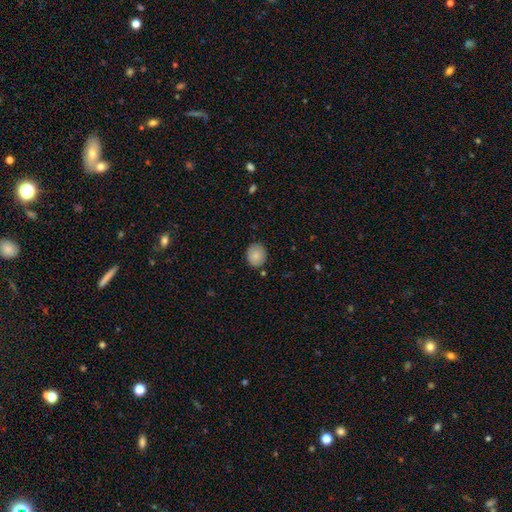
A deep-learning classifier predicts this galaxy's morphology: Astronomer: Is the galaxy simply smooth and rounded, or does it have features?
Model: smooth — 84%.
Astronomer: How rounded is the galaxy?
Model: round — 67%.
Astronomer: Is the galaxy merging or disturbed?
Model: none — 83%.